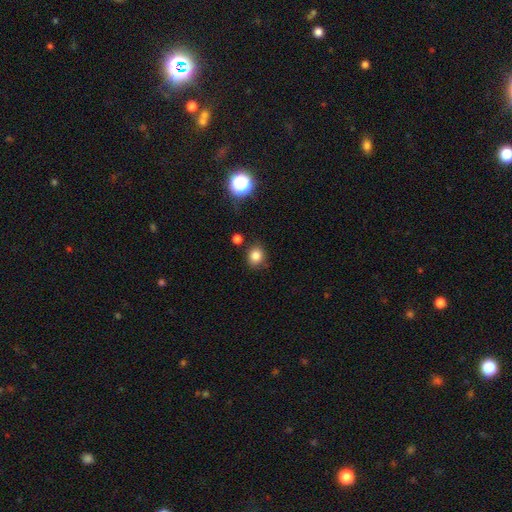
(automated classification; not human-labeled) Overall: smooth (82%). How rounded: round (70%). Merging: none (83%).